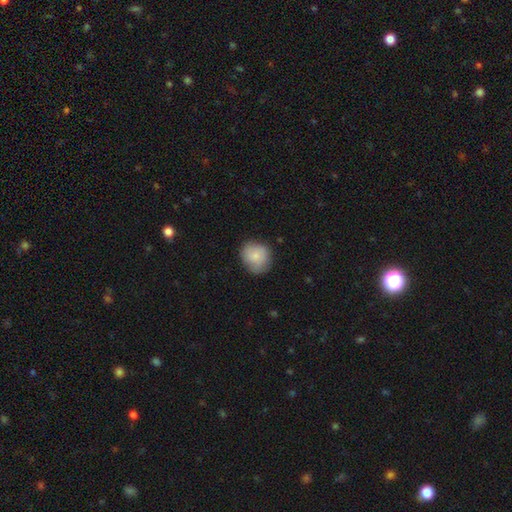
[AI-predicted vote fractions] This is likely a smooth galaxy (80%). How rounded: likely round (78%). Merging: likely none (72%).